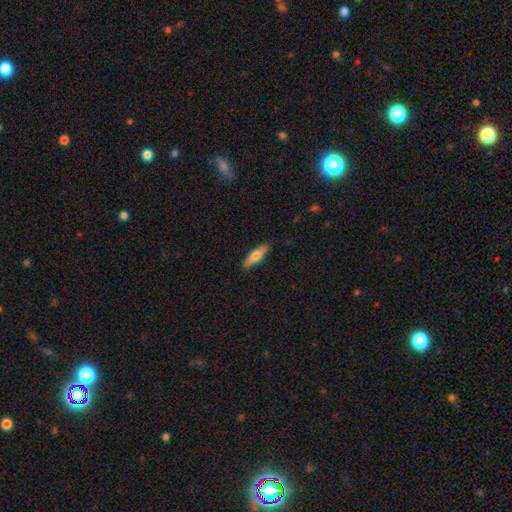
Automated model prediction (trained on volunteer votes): A smooth galaxy with no disk features (64%) that is cigar-shaped (66%). Merging: none (90%).